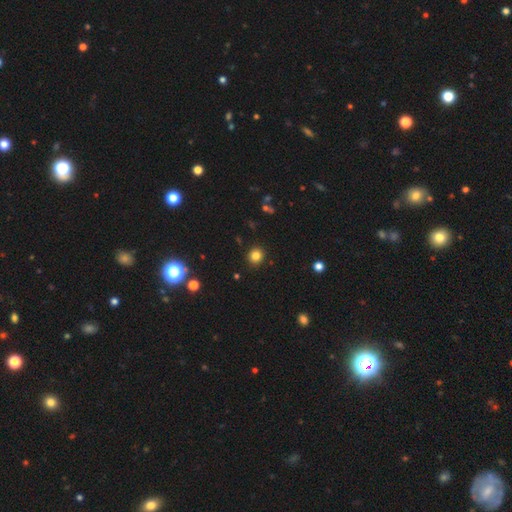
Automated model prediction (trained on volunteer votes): Smooth or featured: smooth — 82% (star or artifact — 14%)
How rounded: round — 90% (in between — 9%)
Merging: none — 91% (minor disturbance — 5%)